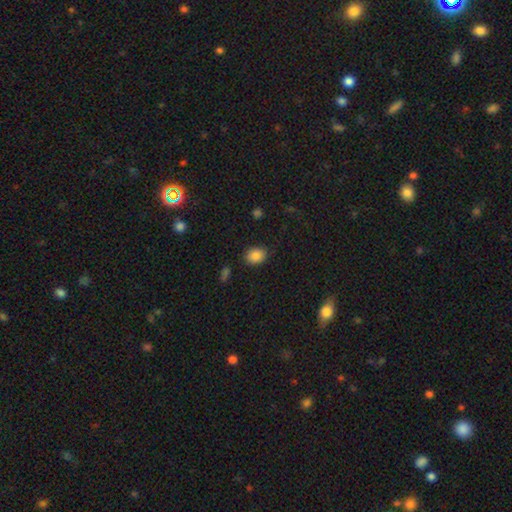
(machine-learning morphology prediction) A smooth galaxy with no disk features (85%) that is in between round and cigar-shaped (56%). Merging: none (85%).